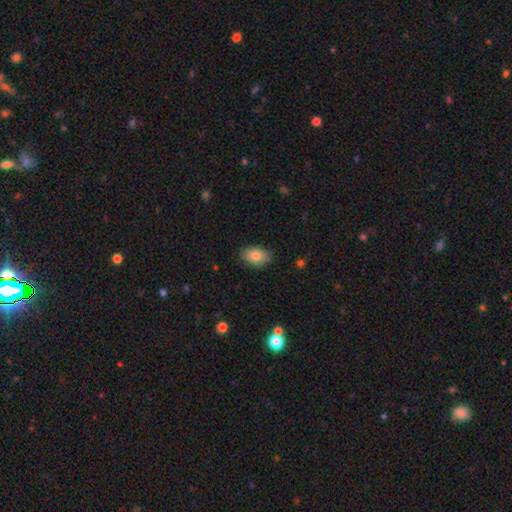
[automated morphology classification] A smooth galaxy with no disk features (82%) that is in between round and cigar-shaped (84%).

Vote fractions:
- Smooth or featured? smooth: 82% / featured or disk: 10% / star or artifact: 8%
- How rounded? in between: 84% / round: 15% / cigar-shaped: 1%
- Merging? none: 82% / minor disturbance: 15% / major disturbance: 2% / merger: 1%